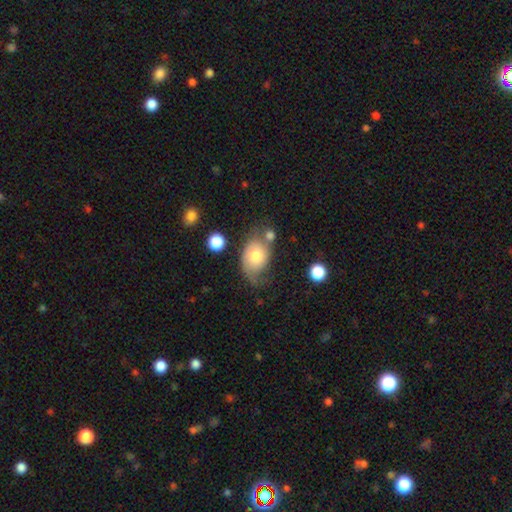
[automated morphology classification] This is possibly a smooth galaxy (55%). How rounded: likely in between (71%). Merging: marginally none (38%).